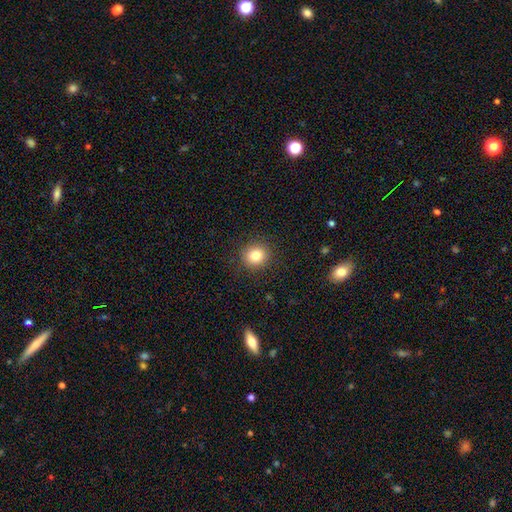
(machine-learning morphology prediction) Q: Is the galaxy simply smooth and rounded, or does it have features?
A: smooth — 82%.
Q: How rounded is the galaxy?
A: round — 87%.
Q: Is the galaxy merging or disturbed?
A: none — 90%.